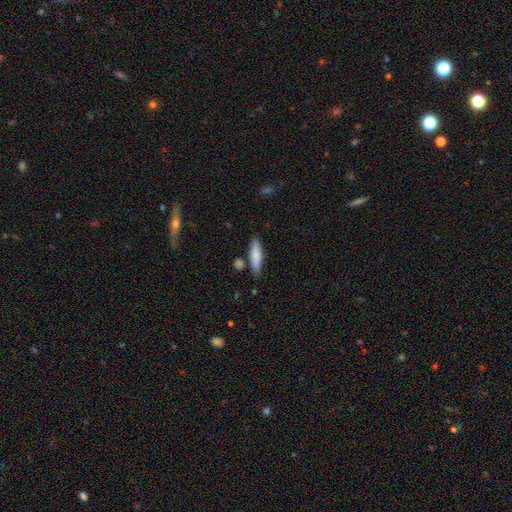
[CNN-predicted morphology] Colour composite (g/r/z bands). It shows a smooth galaxy with no disk features (78%) that is cigar-shaped (76%). Merging: none (80%).